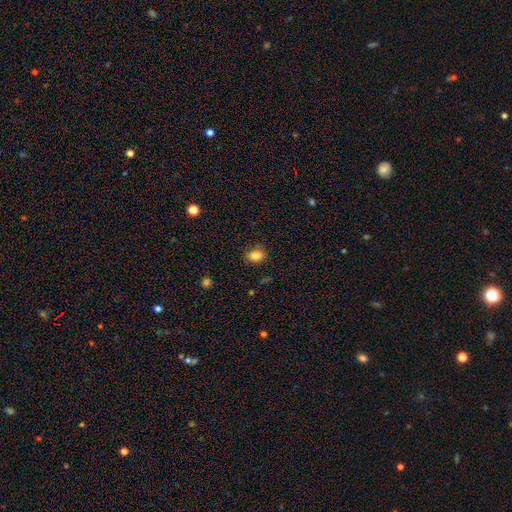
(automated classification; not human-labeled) Smooth or featured?
  - smooth: 83% *
  - star or artifact: 10%
  - featured or disk: 7%
How rounded?
  - in between: 70% *
  - round: 29%
  - cigar-shaped: 1%
Merging?
  - none: 83% *
  - minor disturbance: 13%
  - major disturbance: 3%
  - merger: 1%